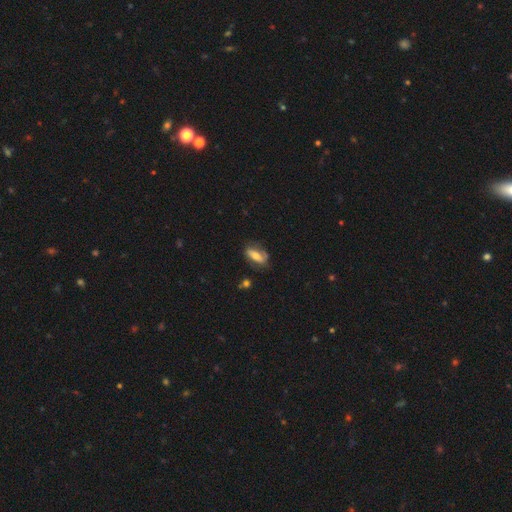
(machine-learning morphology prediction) A smooth galaxy with no disk features (55%) that is in between round and cigar-shaped (77%). Merging: none (64%).